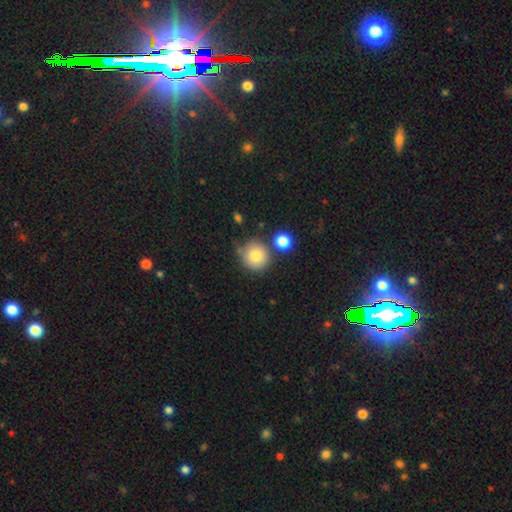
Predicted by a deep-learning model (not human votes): Morphology: type=smooth (82%); roundness=round (92%); merging=none (72%).